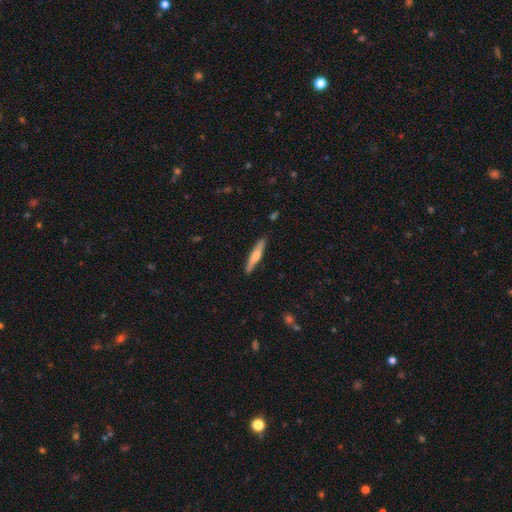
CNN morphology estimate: Smooth or featured? smooth (49%)
Merging? none (88%)